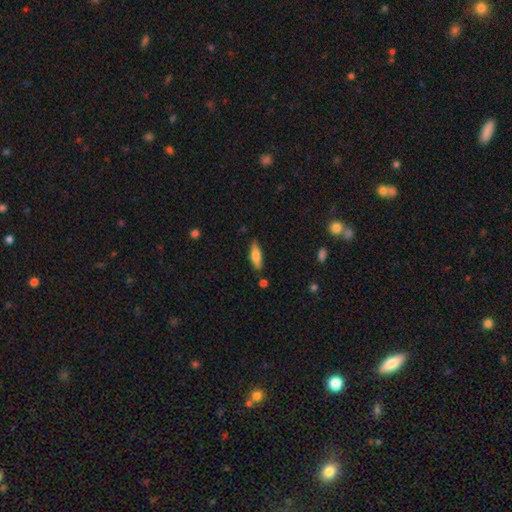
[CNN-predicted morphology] smooth-or-featured: smooth: 74% | featured or disk: 20% | star or artifact: 6%
  how-rounded: cigar-shaped: 50% | in between: 48% | round: 2%
  merging: none: 81% | minor disturbance: 13% | merger: 3% | major disturbance: 3%